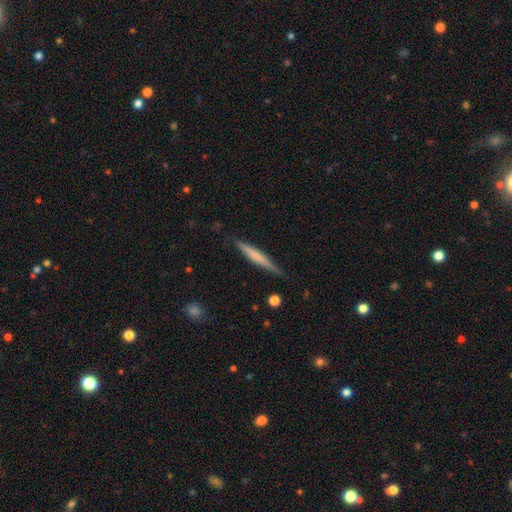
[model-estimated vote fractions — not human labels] A smooth galaxy with no disk features (52%) that is cigar-shaped (95%).

Vote fractions:
- Smooth or featured? smooth: 52% / featured or disk: 42% / star or artifact: 6%
- How rounded? cigar-shaped: 95% / in between: 4% / round: 1%
- Merging? none: 84% / minor disturbance: 13% / major disturbance: 2% / merger: 1%